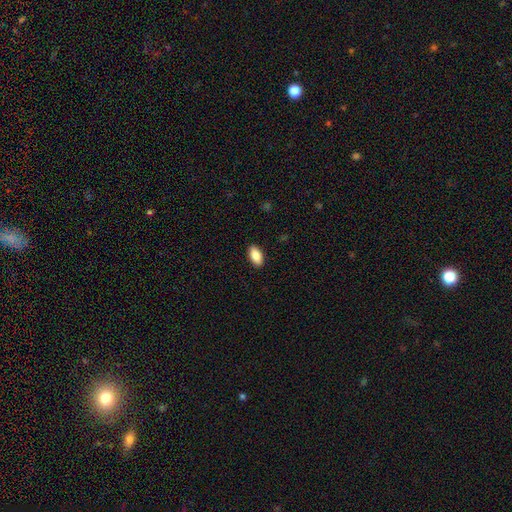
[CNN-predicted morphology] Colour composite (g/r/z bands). It shows a smooth galaxy with no disk features (87%) that is in between round and cigar-shaped (92%). Merging: none (90%).